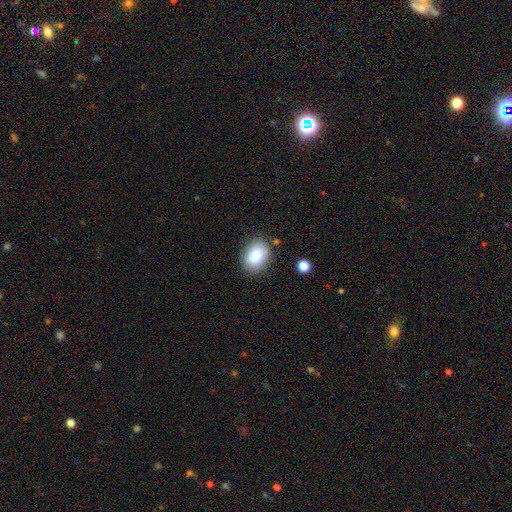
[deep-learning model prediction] Smooth or featured: smooth — 83% (featured or disk — 9%)
How rounded: in between — 69% (round — 30%)
Merging: none — 83% (minor disturbance — 12%)